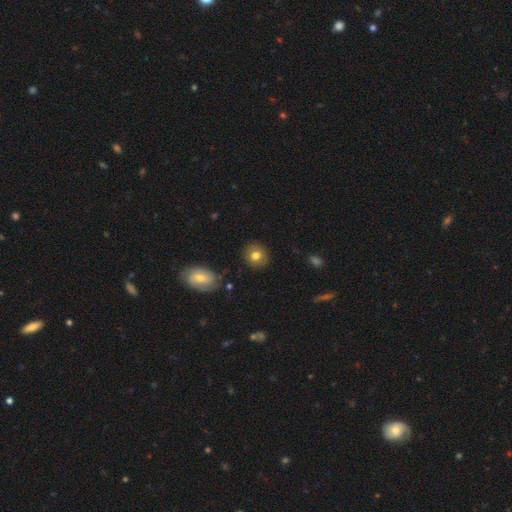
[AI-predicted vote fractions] A smooth galaxy with no disk features (76%) that is round (84%).

Vote fractions:
- Smooth or featured? smooth: 76% / featured or disk: 15% / star or artifact: 9%
- How rounded? round: 84% / in between: 15% / cigar-shaped: 1%
- Merging? none: 86% / minor disturbance: 9% / major disturbance: 3% / merger: 2%